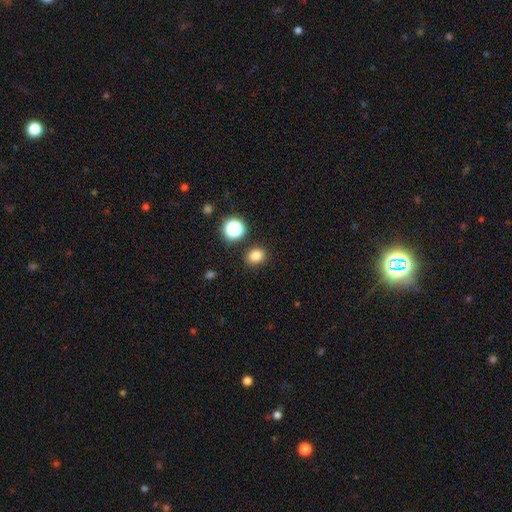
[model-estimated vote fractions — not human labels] Smooth or featured? Predicted: smooth (p=0.81). How rounded? Predicted: round (p=0.62). Merging? Predicted: none (p=0.87).